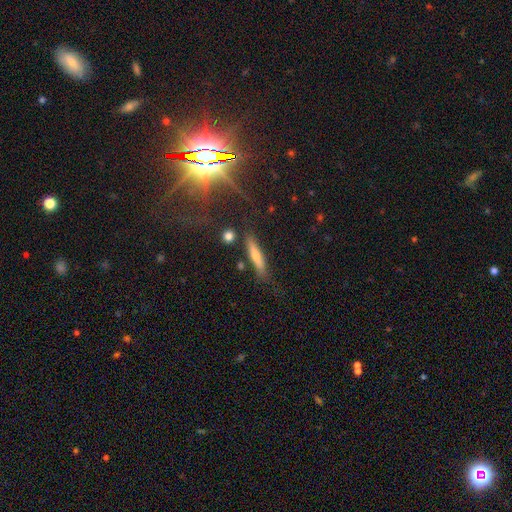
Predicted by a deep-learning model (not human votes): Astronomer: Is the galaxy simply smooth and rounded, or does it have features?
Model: smooth — 47% (runner-up: featured or disk, 35%).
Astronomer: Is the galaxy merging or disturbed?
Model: none — 79%.